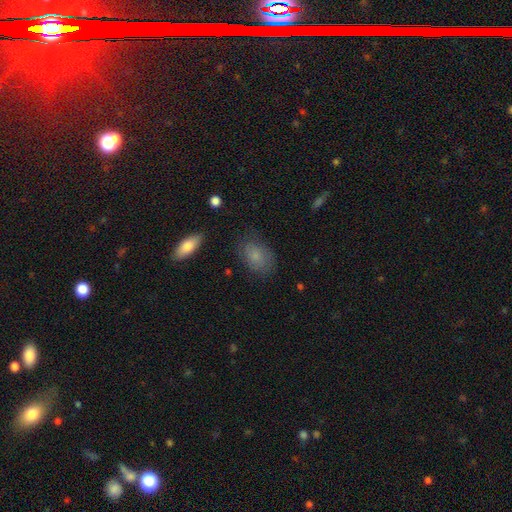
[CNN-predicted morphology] smooth-or-featured: smooth: 80% | featured or disk: 11% | star or artifact: 9%
  how-rounded: in between: 85% | round: 14% | cigar-shaped: 2%
  merging: none: 73% | minor disturbance: 19% | major disturbance: 6% | merger: 2%